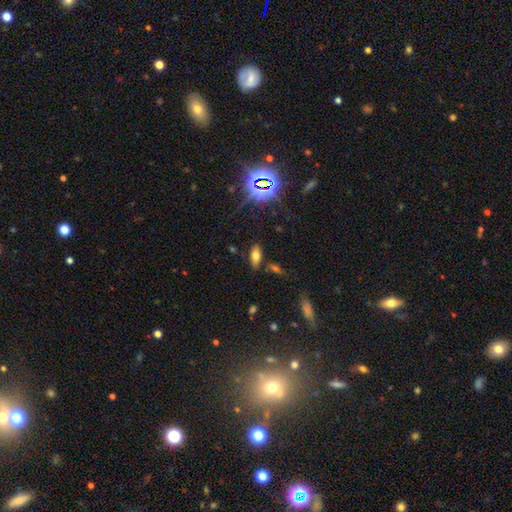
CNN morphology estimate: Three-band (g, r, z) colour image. It shows a smooth galaxy with no disk features (63%) that is in between round and cigar-shaped (85%). Merging: none (78%).